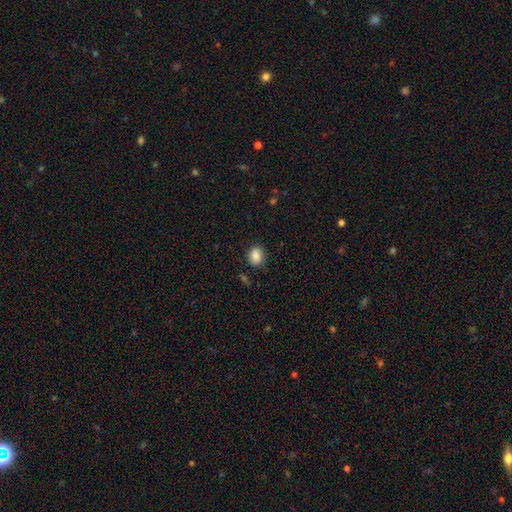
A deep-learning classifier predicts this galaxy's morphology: Smooth or featured: smooth — 87% (star or artifact — 9%)
How rounded: in between — 57% (round — 42%)
Merging: none — 84% (minor disturbance — 11%)